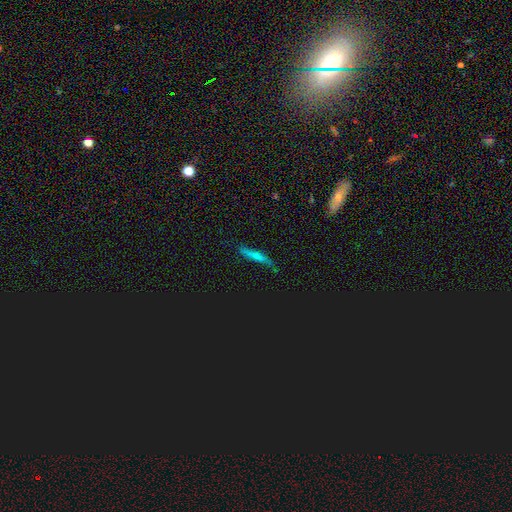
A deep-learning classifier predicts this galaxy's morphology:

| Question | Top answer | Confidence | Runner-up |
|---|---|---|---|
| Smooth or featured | smooth | 61% | featured or disk (25%) |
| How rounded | cigar-shaped | 90% | in between (8%) |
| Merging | none | 73% | minor disturbance (20%) |